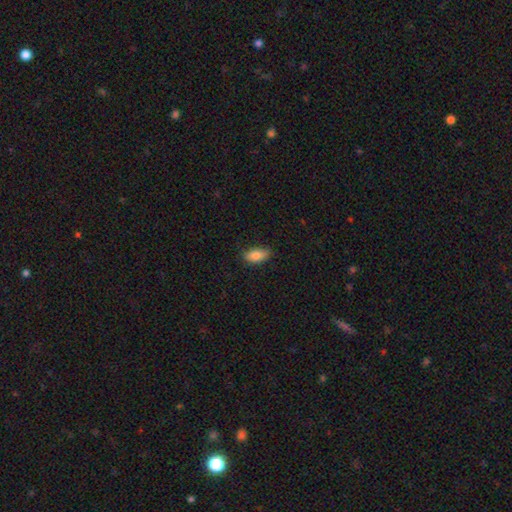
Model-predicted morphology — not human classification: This appears to be a smooth galaxy with no disk features (85%) that is in between round and cigar-shaped (87%). Merging: none (80%).